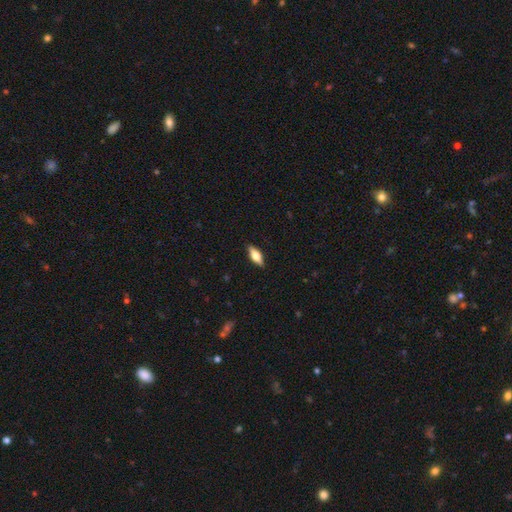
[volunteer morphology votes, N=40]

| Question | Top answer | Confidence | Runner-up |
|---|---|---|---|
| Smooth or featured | featured or disk | 50% | smooth (45%) |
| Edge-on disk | yes | 85% | no (15%) |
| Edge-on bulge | rounded | 94% | boxy (6%) |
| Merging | none | 95% | minor disturbance (5%) |